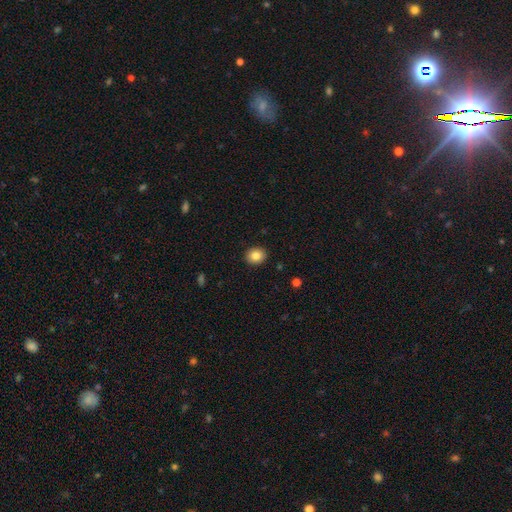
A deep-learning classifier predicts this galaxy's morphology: A smooth galaxy with no disk features (85%) that is round (66%). Merging: none (91%).